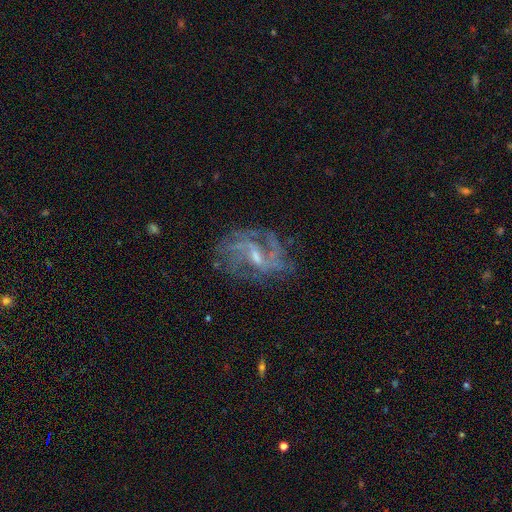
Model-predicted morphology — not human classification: featured or disk 79%, star or artifact 12%, smooth 9%. Down the decision tree: edge-on disk — no (96%); bar — weak (53%); spiral arms — yes (91%); spiral arm count — 2 (40%); spiral winding — medium (46%); bulge size — small (54%); merging — none (68%).